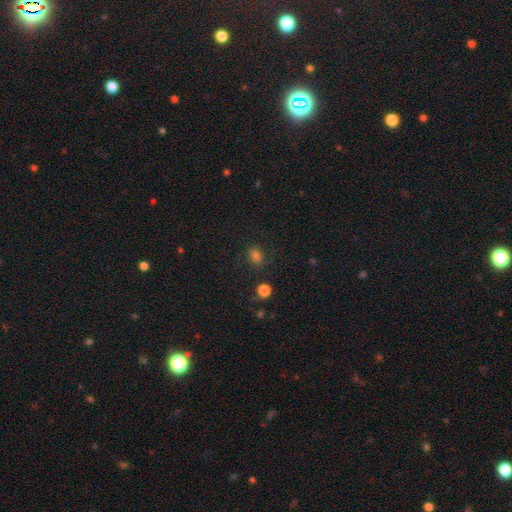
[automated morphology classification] This appears to be a smooth galaxy with no disk features (71%) that is in between round and cigar-shaped (54%). Merging: none (76%).